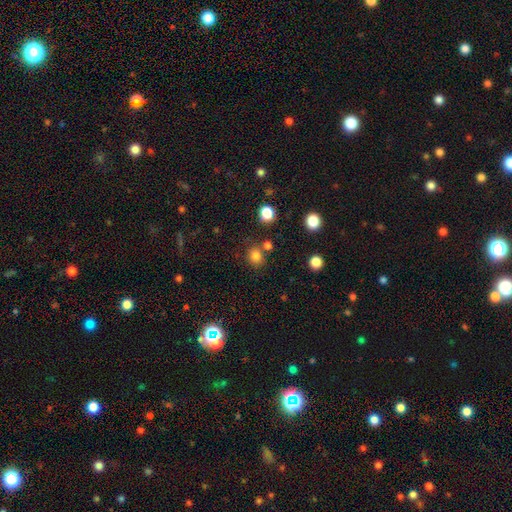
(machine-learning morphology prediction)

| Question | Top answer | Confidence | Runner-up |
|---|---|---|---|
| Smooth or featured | smooth | 80% | star or artifact (15%) |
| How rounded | round | 80% | in between (19%) |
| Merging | none | 75% | merger (12%) |